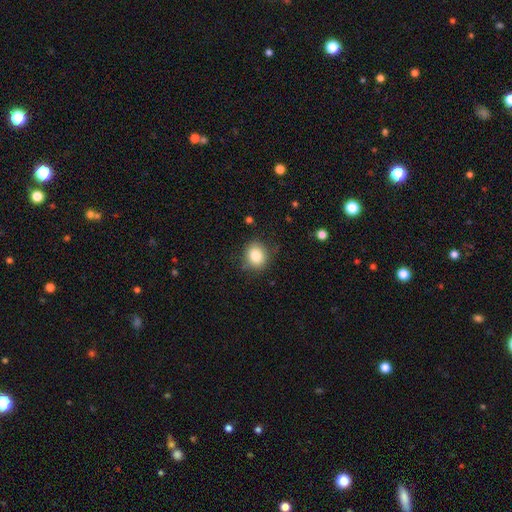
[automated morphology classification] A smooth galaxy with no disk features (83%) that is round (72%).

Vote fractions:
- Smooth or featured? smooth: 83% / star or artifact: 10% / featured or disk: 7%
- How rounded? round: 72% / in between: 27% / cigar-shaped: 1%
- Merging? none: 83% / minor disturbance: 13% / major disturbance: 3% / merger: 1%